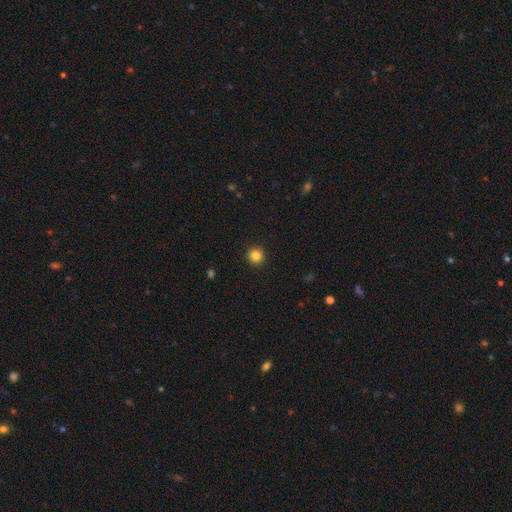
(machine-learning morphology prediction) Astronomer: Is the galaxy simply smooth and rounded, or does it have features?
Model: smooth — 84%.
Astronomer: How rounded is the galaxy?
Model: round — 95%.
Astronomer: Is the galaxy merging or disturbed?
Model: none — 93%.